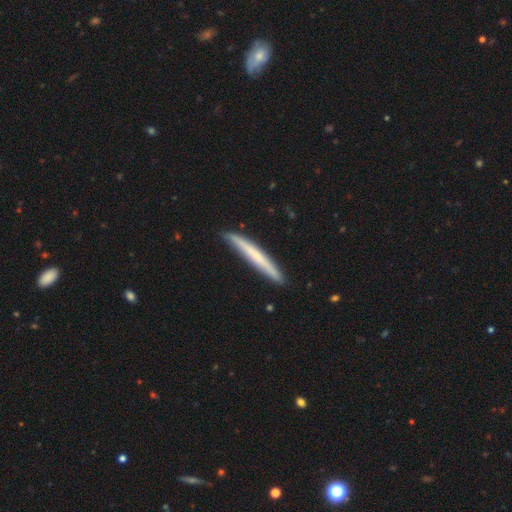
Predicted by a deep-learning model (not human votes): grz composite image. It shows a smooth galaxy with no disk features (55%) that is cigar-shaped (97%). Merging: none (89%).